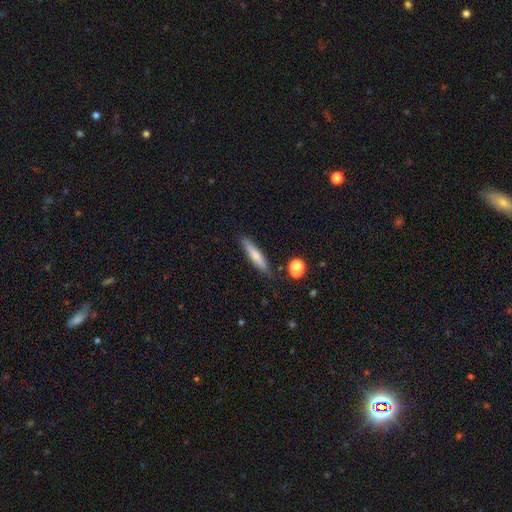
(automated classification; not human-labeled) Morphology: type=smooth (61%); roundness=cigar-shaped (88%); merging=none (85%).